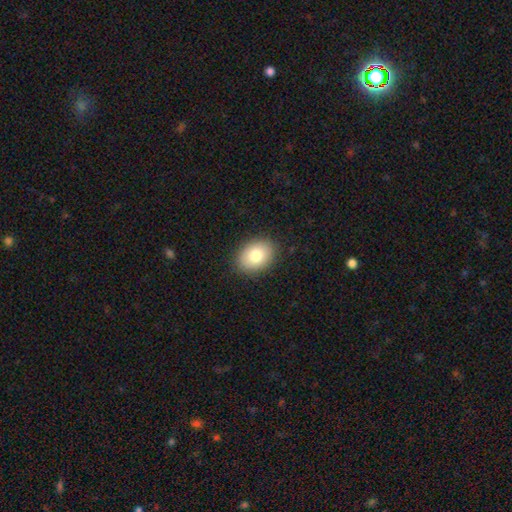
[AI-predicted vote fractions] smooth 81%, featured or disk 11%, star or artifact 8%. Down the decision tree: how rounded — in between (74%); merging — none (88%).